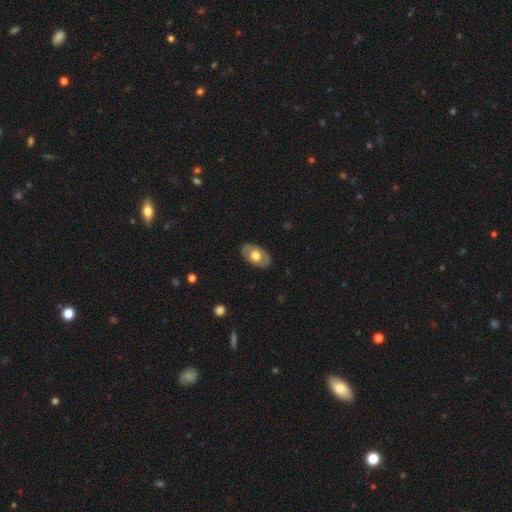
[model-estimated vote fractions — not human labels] Smooth or featured: smooth — 55% (featured or disk — 40%)
How rounded: in between — 89% (round — 9%)
Merging: none — 84% (minor disturbance — 12%)